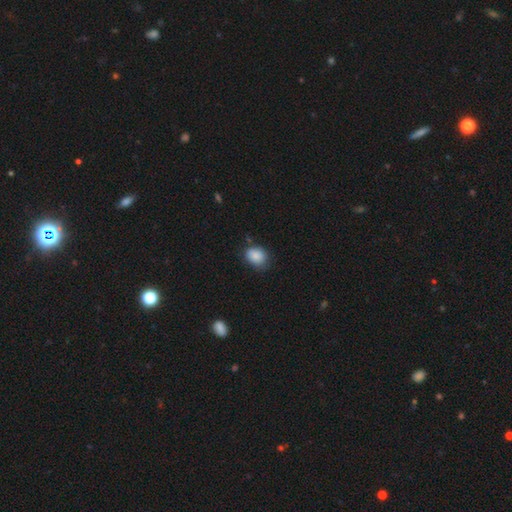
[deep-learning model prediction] This is clearly a smooth galaxy (87%). How rounded: possibly in between (53%). Merging: likely none (70%).